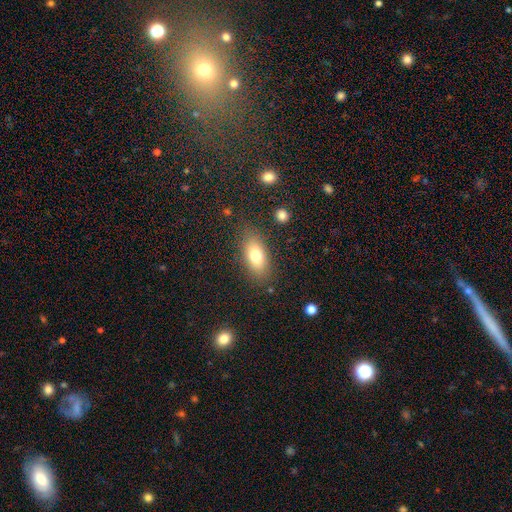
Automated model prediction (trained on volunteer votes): This appears to be a smooth galaxy with no disk features (76%) that is in between round and cigar-shaped (85%). Merging: none (81%).